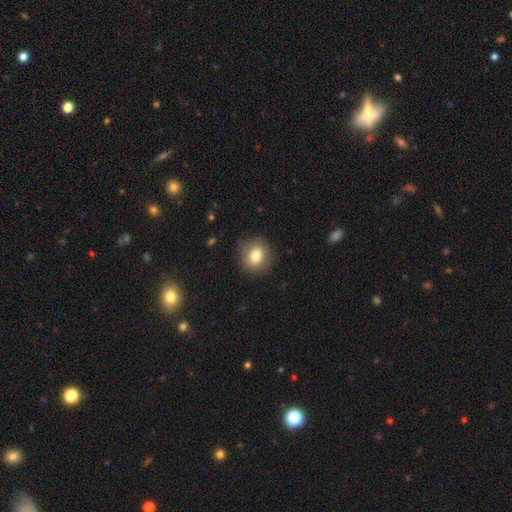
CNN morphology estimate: The model was most divided on "how rounded": round: 78%, in between: 22%, cigar-shaped: 1%. More confident: merging — none (81%); smooth or featured — smooth (80%).